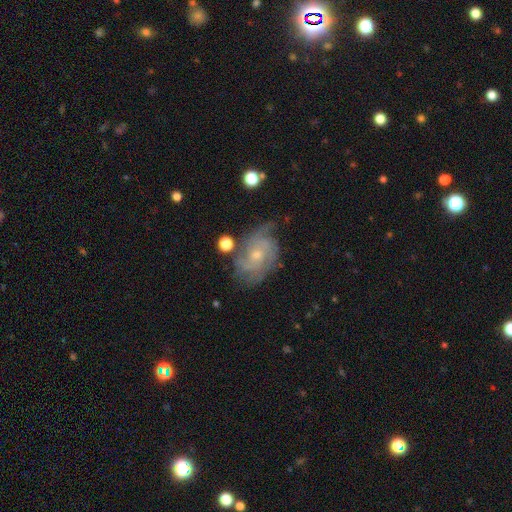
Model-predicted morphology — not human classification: This is likely a featured or disk galaxy (78%). It is clearly not viewed edge-on (97%). Bar: likely no (74%). Spiral arm pattern: clearly yes (92%). Spiral arm count: marginally can't tell (37%). Spiral winding: possibly tight (48%). Central bulge: likely small (66%). Merging: likely none (62%).